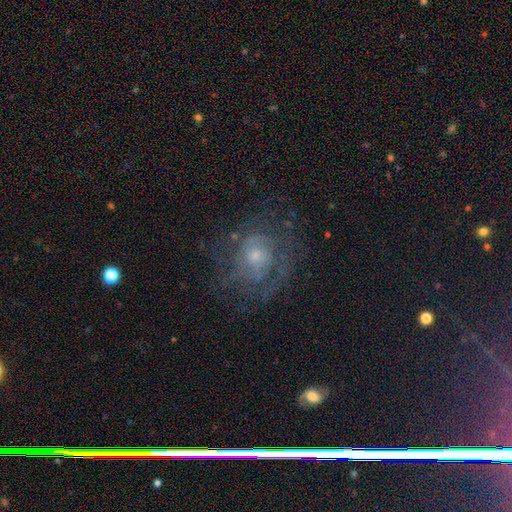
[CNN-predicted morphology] Smooth or featured? featured or disk (66%)
Edge-on disk? no (97%)
Bar? no (78%)
Spiral arms? yes (76%)
Bulge size? small (52%)
Merging? none (68%)